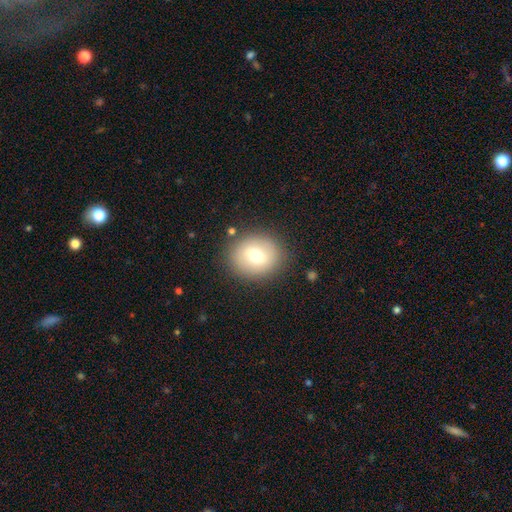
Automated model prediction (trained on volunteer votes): This appears to be a smooth galaxy with no disk features (68%) that is round (75%). Merging: none (85%).